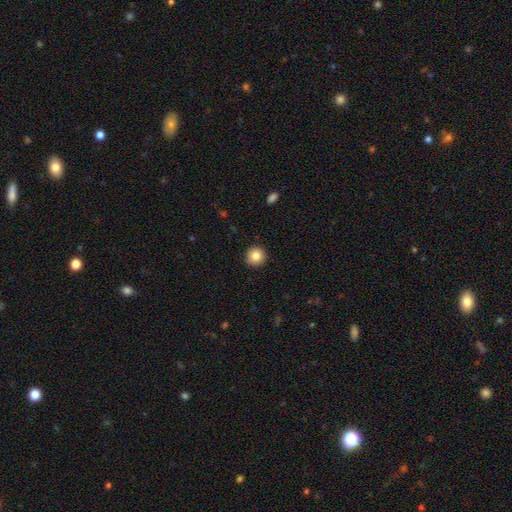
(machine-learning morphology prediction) type=smooth (84%); roundness=round (95%); merging=none (92%).